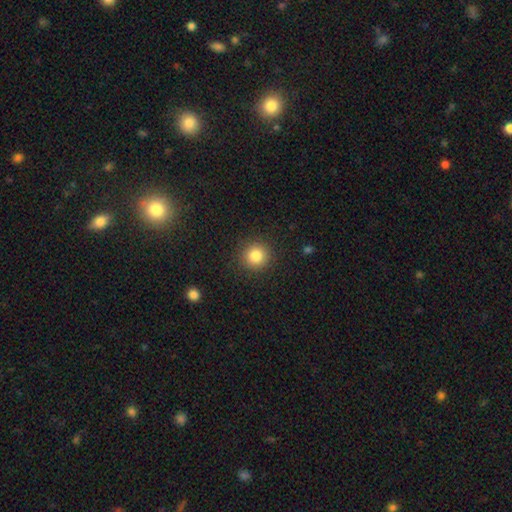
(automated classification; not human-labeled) Smooth or featured? smooth (84%)
How rounded? round (93%)
Merging? none (90%)